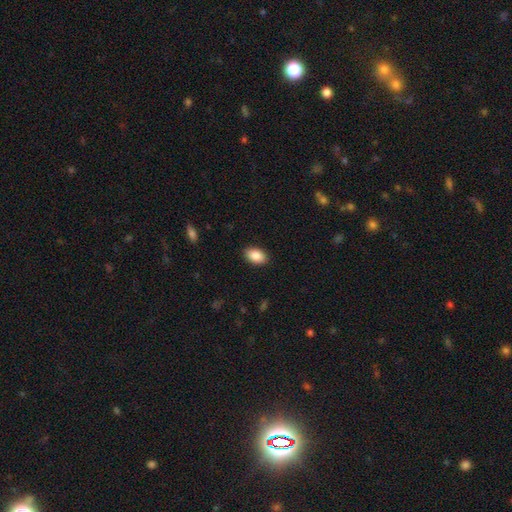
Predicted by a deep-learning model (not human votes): This is clearly a smooth galaxy (88%). How rounded: clearly in between (90%). Merging: clearly none (89%).